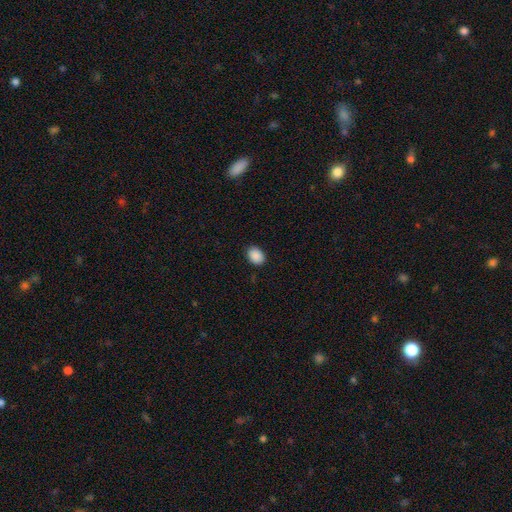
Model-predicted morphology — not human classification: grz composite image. It shows a smooth galaxy with no disk features (90%) that is in between round and cigar-shaped (68%). Merging: none (88%).